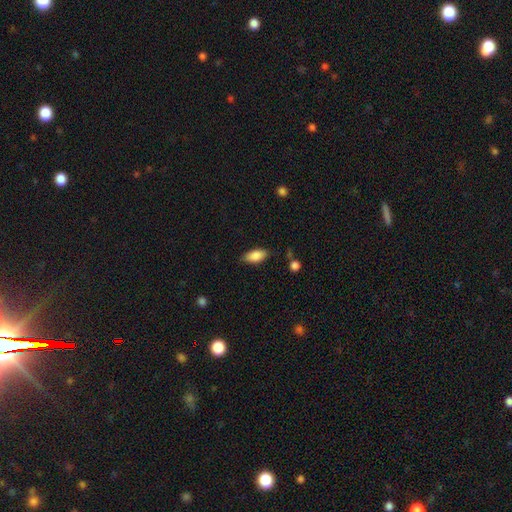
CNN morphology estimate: This appears to be a smooth galaxy with no disk features (85%) that is in between round and cigar-shaped (89%). Merging: none (80%).